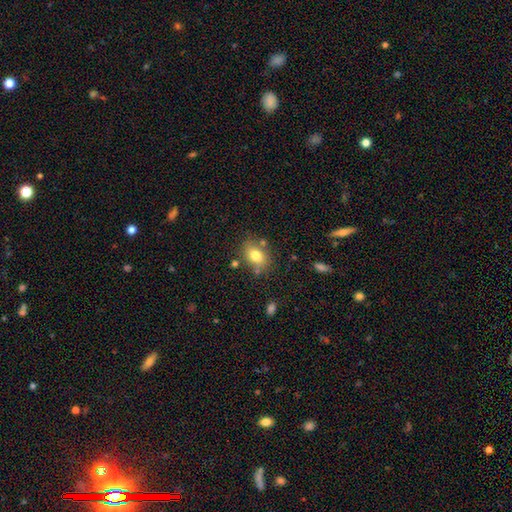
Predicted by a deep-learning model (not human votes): Morphology: type=smooth (77%); roundness=in between (67%); merging=none (73%).